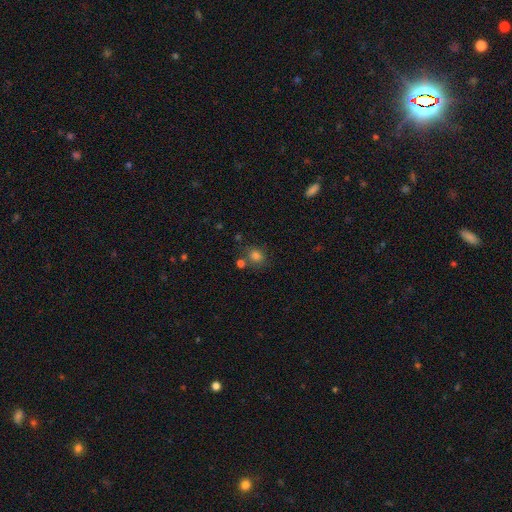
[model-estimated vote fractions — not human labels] A smooth galaxy with no disk features (79%) that is round (65%). Merging: none (68%).